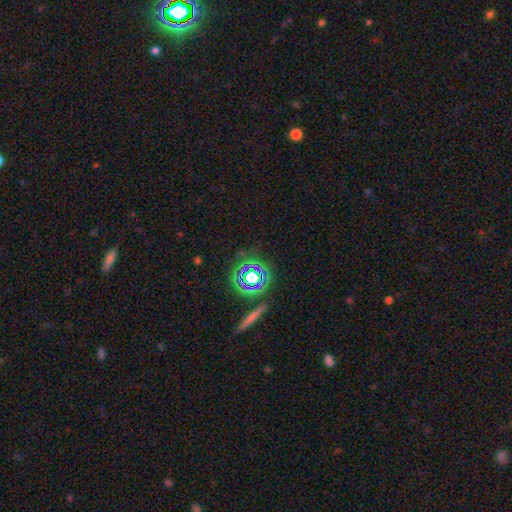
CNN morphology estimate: star or artifact 61%, smooth 24%, featured or disk 14%.